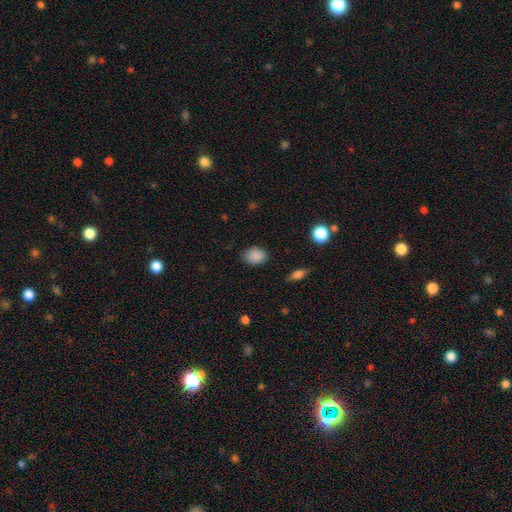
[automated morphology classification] Smooth or featured?
  - smooth: 87% *
  - star or artifact: 9%
  - featured or disk: 4%
How rounded?
  - in between: 66% *
  - round: 33%
  - cigar-shaped: 1%
Merging?
  - none: 82% *
  - minor disturbance: 14%
  - major disturbance: 3%
  - merger: 1%